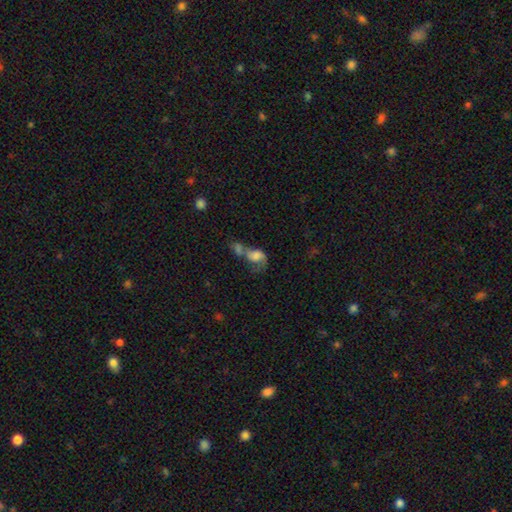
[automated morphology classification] Q: Smooth or featured?
A: smooth (50%); runner-up: featured or disk (39%)
Q: Merging?
A: merger (64%); runner-up: major disturbance (17%)